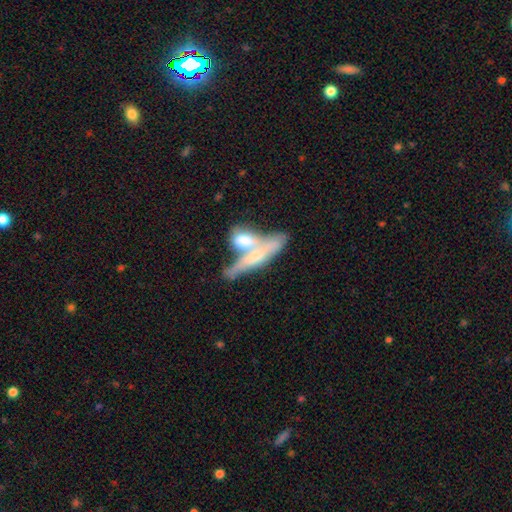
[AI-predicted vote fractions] Overall: featured or disk (48%; smooth 45%). Merging: merger (62%).